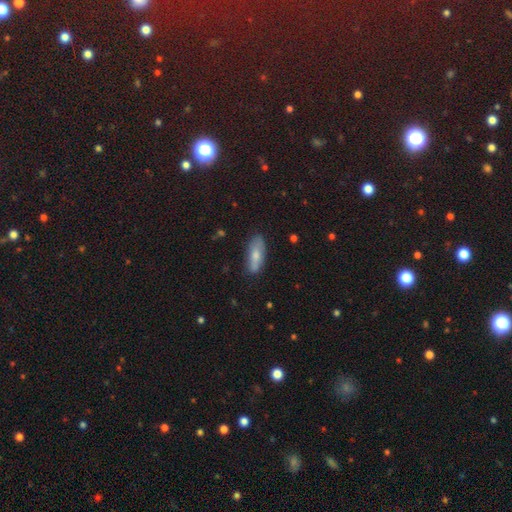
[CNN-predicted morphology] The model was most divided on "smooth or featured": smooth: 70%, featured or disk: 23%, star or artifact: 7%. More confident: merging — none (76%); how rounded — in between (73%).